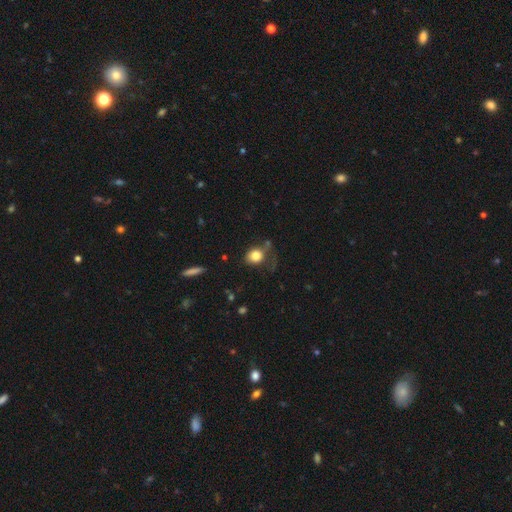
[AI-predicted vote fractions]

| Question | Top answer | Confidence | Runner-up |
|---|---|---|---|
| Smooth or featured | smooth | 81% | star or artifact (9%) |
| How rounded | round | 68% | in between (31%) |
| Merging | none | 52% | minor disturbance (24%) |